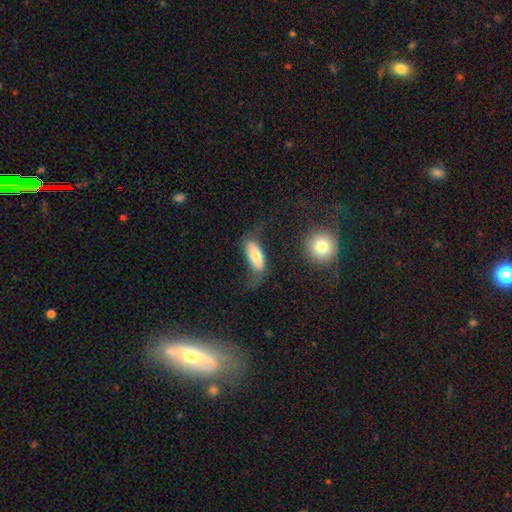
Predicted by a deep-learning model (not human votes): Q: Smooth or featured?
A: smooth (65%); runner-up: featured or disk (28%)
Q: How rounded?
A: in between (77%); runner-up: cigar-shaped (20%)
Q: Merging?
A: none (43%); runner-up: major disturbance (26%)